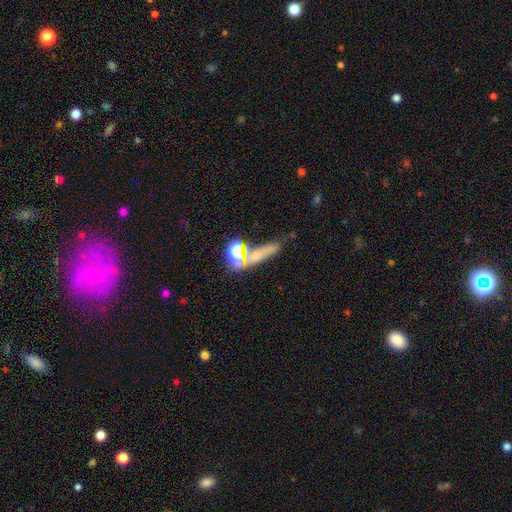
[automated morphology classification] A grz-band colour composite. It shows a smooth galaxy with no disk features (52%) that is cigar-shaped (53%). Merging: none (50%).